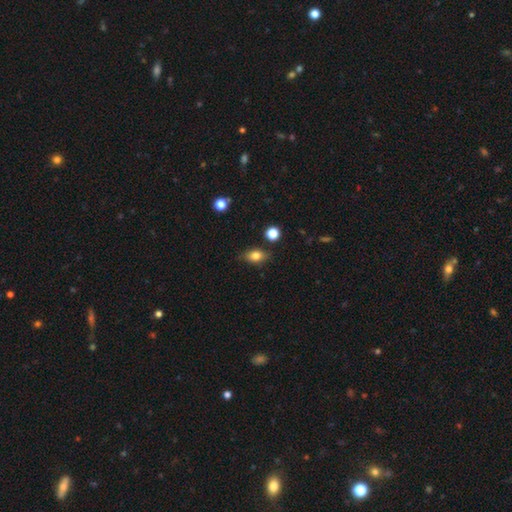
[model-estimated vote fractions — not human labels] The model was most divided on "how rounded": in between: 77%, round: 19%, cigar-shaped: 4%. More confident: merging — none (82%); smooth or featured — smooth (80%).